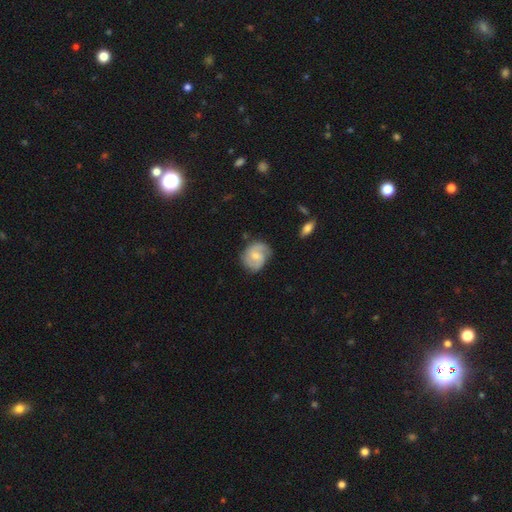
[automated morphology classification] A featured or disk galaxy (67%) with no bar (51%), 2 (75%) medium (45%) spiral arms (93%) and a small central bulge (50%).

Vote fractions:
- Smooth or featured? featured or disk: 67% / smooth: 27% / star or artifact: 6%
- Edge-on disk? no: 98% / yes: 2%
- Bar? no: 51% / weak: 42% / strong: 7%
- Spiral arms? yes: 93% / no: 7%
- Spiral winding? medium: 45% / tight: 36% / loose: 19%
- Spiral arm count? 2: 75% / can't tell: 11% / 1: 7% / 3: 5% / 4: 1% / more than 4: 1%
- Bulge size? small: 50% / moderate: 42% / none: 5% / large: 2% / dominant: 1%
- Merging? none: 70% / minor disturbance: 22% / major disturbance: 7% / merger: 2%